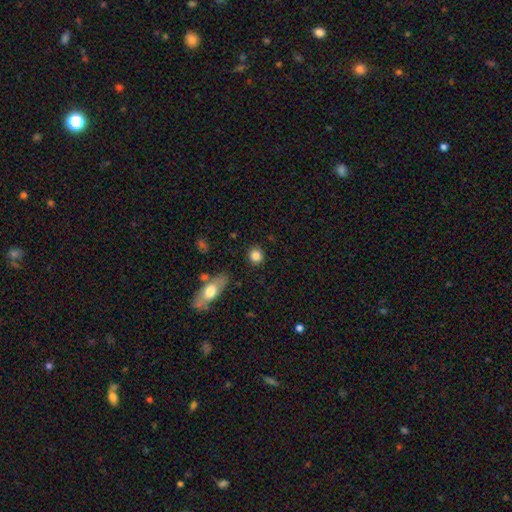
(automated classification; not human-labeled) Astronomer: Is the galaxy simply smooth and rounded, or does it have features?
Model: smooth — 84%.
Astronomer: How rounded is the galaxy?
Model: round — 86%.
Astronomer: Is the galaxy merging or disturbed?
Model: none — 88%.